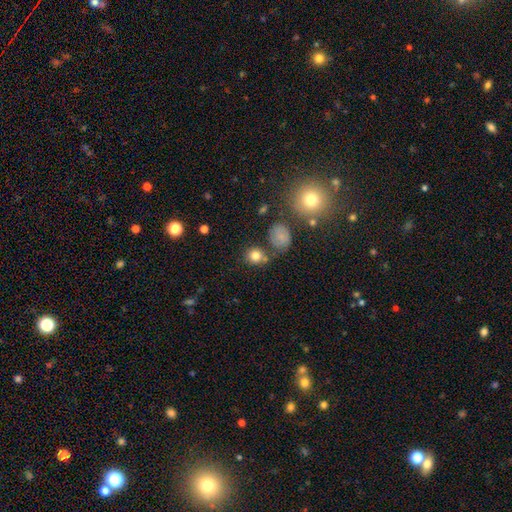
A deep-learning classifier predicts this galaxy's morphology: Overall: smooth (80%). How rounded: round (82%). Merging: none (67%).